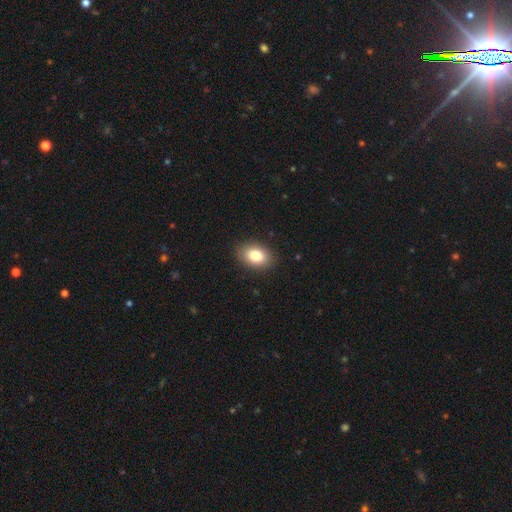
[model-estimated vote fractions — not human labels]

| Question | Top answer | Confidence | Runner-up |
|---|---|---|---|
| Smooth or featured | smooth | 82% | featured or disk (10%) |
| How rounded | in between | 84% | round (15%) |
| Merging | none | 89% | minor disturbance (8%) |